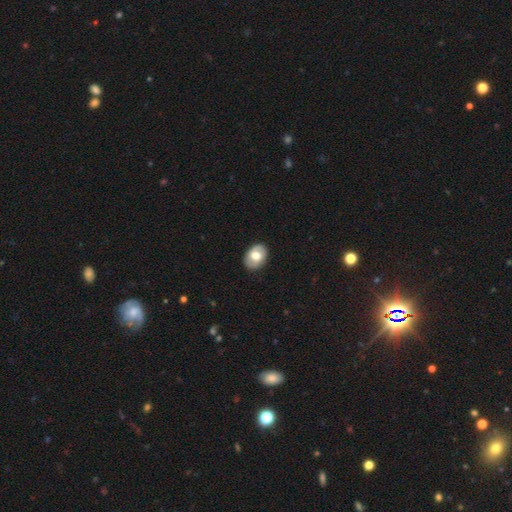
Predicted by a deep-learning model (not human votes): The model was most divided on "smooth or featured": smooth: 62%, featured or disk: 31%, star or artifact: 7%. More confident: merging — none (85%); how rounded — in between (78%).